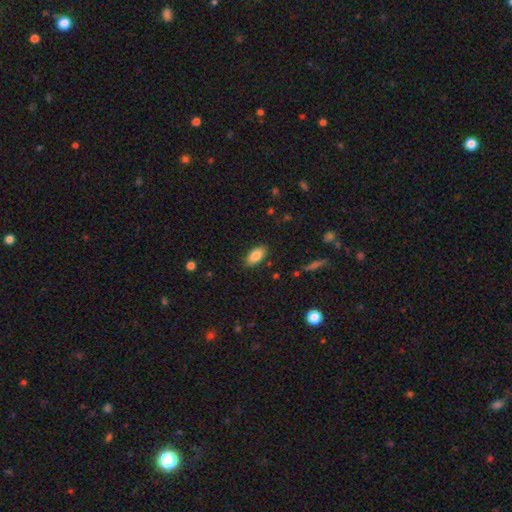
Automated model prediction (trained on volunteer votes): smooth_or_featured: smooth (p=0.83) [alt: featured or disk p=0.10]
how_rounded: in between (p=0.91) [alt: cigar-shaped p=0.06]
merging: none (p=0.87) [alt: minor disturbance p=0.10]